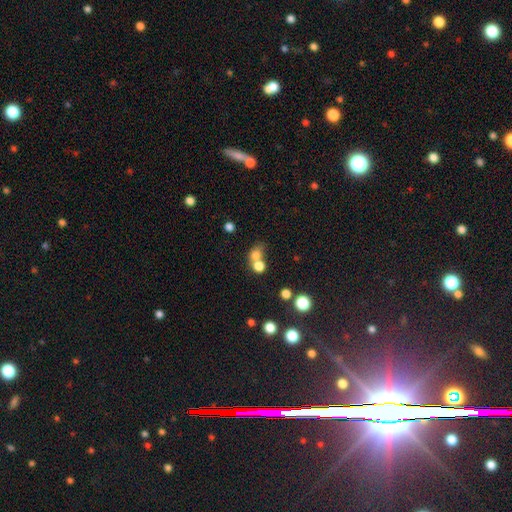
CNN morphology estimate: smooth 75%, star or artifact 14%, featured or disk 11%. Down the decision tree: how rounded — round (68%); merging — merger (51%).